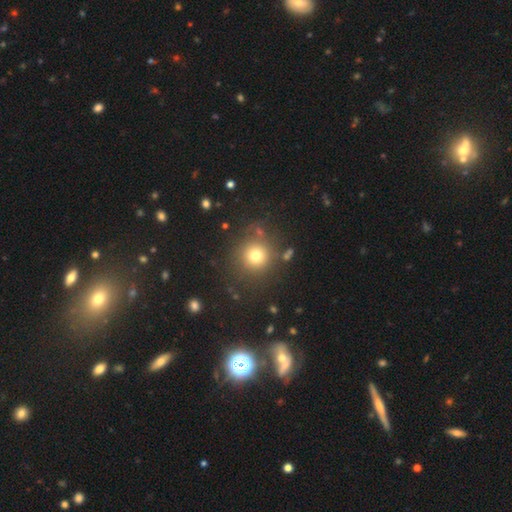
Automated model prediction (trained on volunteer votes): Smooth or featured? Predicted: smooth (p=0.74). How rounded? Predicted: round (p=0.93). Merging? Predicted: none (p=0.83).